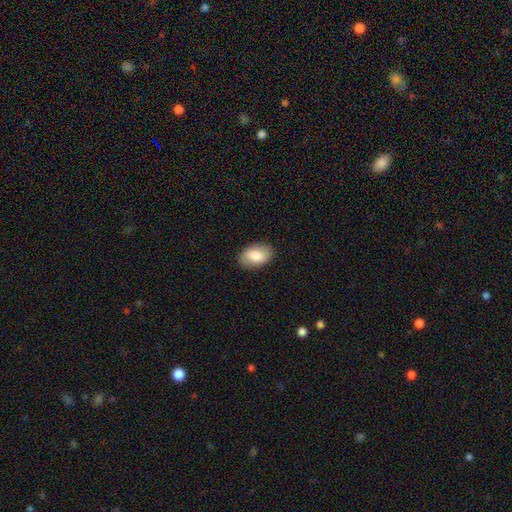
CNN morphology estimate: A smooth galaxy with no disk features (83%) that is in between round and cigar-shaped (92%). Merging: none (86%).